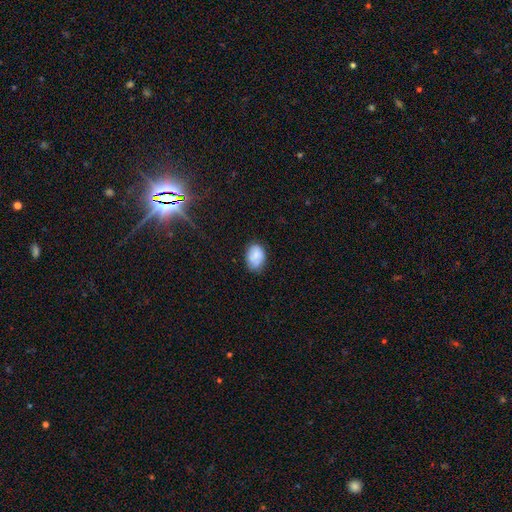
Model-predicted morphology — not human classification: smooth 80%, featured or disk 12%, star or artifact 8%. Down the decision tree: how rounded — in between (80%); merging — none (70%).